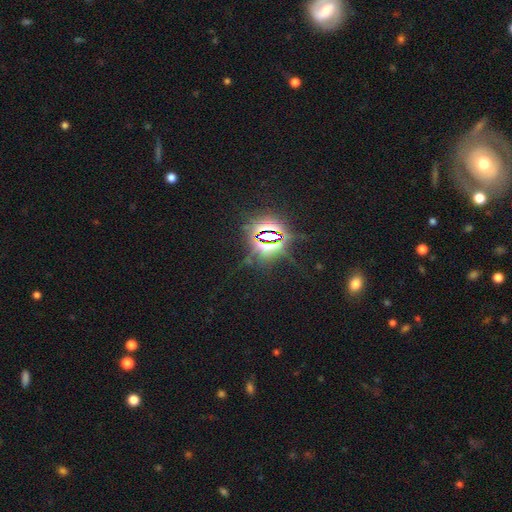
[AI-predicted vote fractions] smooth_or_featured: star or artifact (p=0.83) [alt: smooth p=0.10]